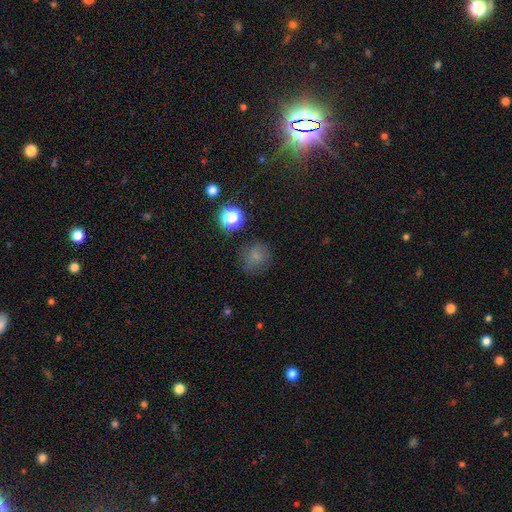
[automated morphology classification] A smooth galaxy with no disk features (73%) that is round (87%). Merging: none (76%).